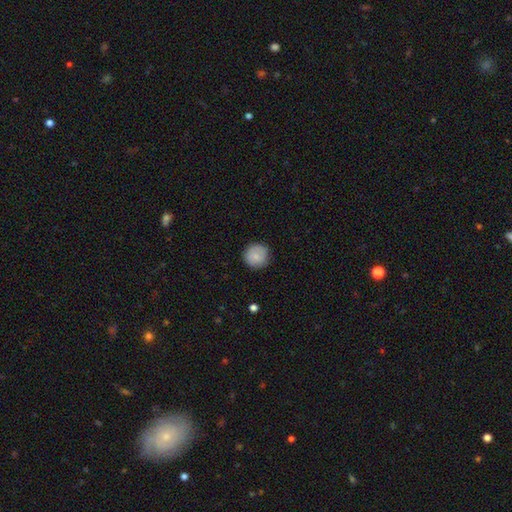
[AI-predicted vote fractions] smooth_or_featured: smooth (p=0.81) [alt: featured or disk p=0.12]
how_rounded: round (p=0.94) [alt: in between p=0.05]
merging: none (p=0.86) [alt: minor disturbance p=0.11]